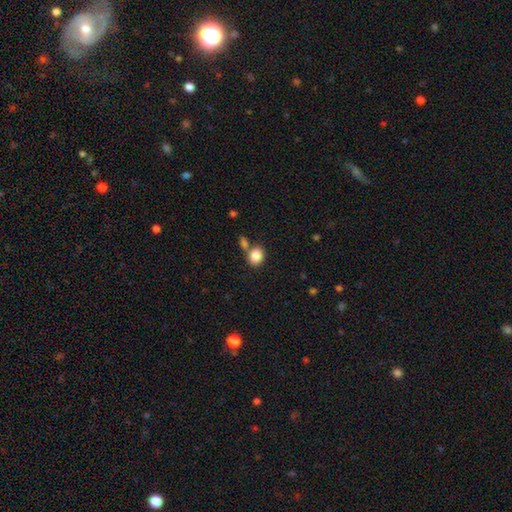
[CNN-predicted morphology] Smooth or featured: smooth — 85% (star or artifact — 9%)
How rounded: round — 59% (in between — 40%)
Merging: none — 62% (merger — 24%)